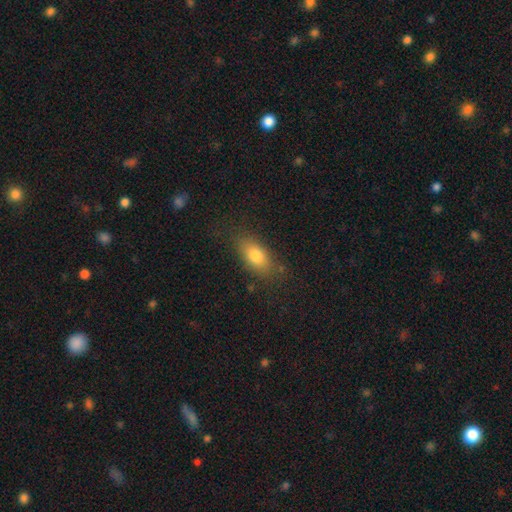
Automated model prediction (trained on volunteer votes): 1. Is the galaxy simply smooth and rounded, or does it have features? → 78% smooth, 13% featured or disk, 9% star or artifact.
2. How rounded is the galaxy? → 84% in between, 9% cigar-shaped, 7% round.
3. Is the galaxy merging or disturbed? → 78% none, 15% minor disturbance, 5% major disturbance, 2% merger.